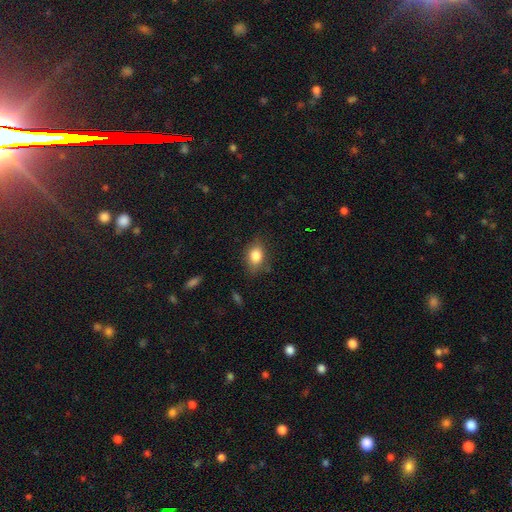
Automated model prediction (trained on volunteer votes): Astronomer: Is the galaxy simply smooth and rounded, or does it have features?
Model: smooth — 83%.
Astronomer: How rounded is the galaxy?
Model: in between — 77%.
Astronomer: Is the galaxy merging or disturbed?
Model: none — 76%.